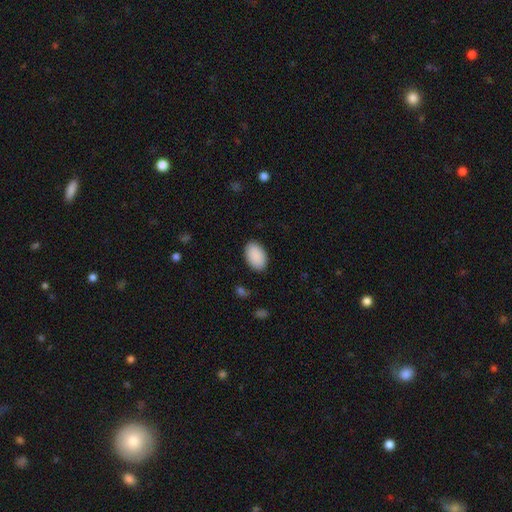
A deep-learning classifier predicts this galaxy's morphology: Smooth or featured?
  - smooth: 91% *
  - star or artifact: 6%
  - featured or disk: 3%
How rounded?
  - in between: 93% *
  - round: 5%
  - cigar-shaped: 1%
Merging?
  - none: 88% *
  - minor disturbance: 8%
  - major disturbance: 2%
  - merger: 1%